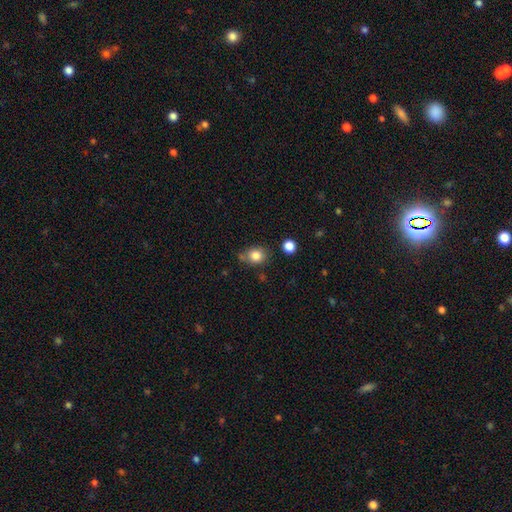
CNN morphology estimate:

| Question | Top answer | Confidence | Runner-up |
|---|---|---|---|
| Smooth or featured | smooth | 83% | star or artifact (10%) |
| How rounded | round | 70% | in between (29%) |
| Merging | none | 70% | minor disturbance (18%) |